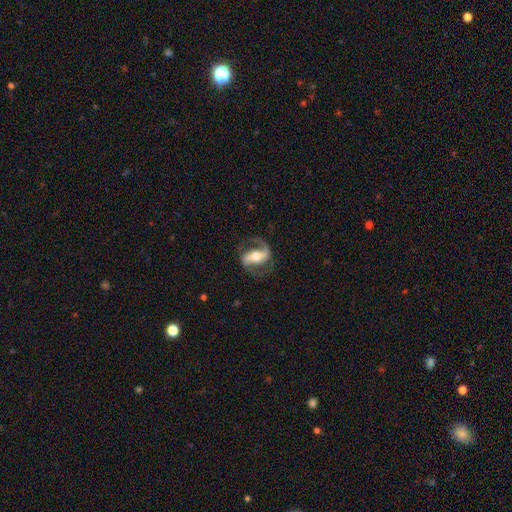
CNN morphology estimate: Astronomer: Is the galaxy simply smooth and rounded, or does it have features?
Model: featured or disk — 87%.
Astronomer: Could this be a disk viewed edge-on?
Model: no — 96%.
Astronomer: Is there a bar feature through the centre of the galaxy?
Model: strong — 54%.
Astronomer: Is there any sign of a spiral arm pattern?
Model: yes — 95%.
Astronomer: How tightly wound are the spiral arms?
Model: medium — 49% (runner-up: loose, 37%).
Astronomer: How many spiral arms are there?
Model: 2 — 89%.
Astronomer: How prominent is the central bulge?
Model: moderate — 66%.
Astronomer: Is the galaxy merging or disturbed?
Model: none — 75%.